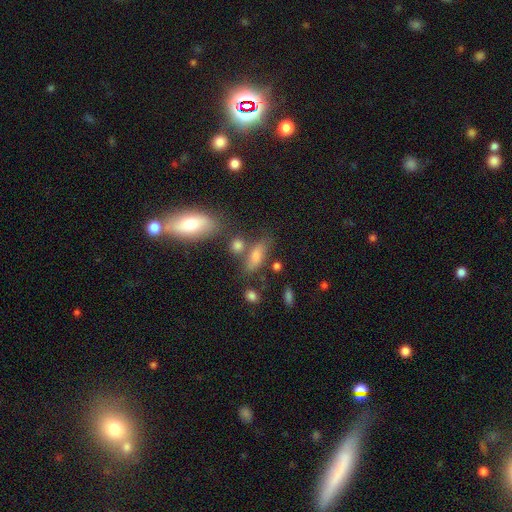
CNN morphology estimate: This is likely a smooth galaxy (67%). How rounded: likely in between (65%). Merging: possibly none (58%).